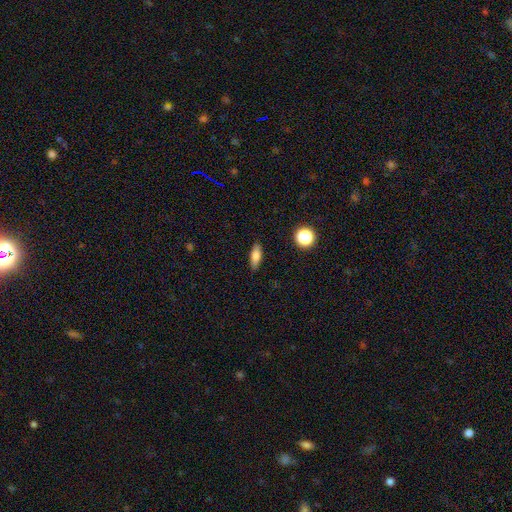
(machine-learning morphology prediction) Smooth or featured? smooth (77%)
How rounded? in between (65%)
Merging? none (87%)